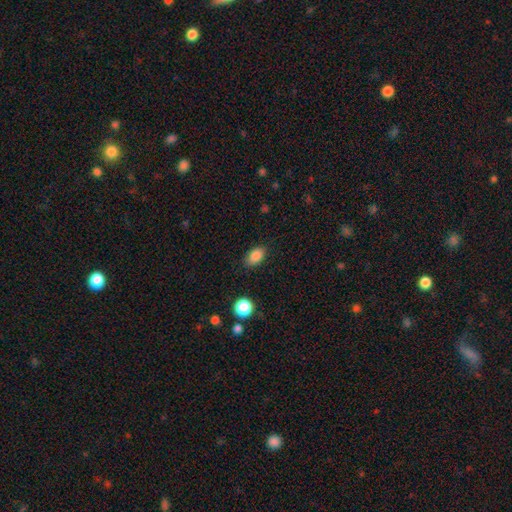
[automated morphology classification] Smooth or featured? smooth (86%)
How rounded? in between (88%)
Merging? none (83%)